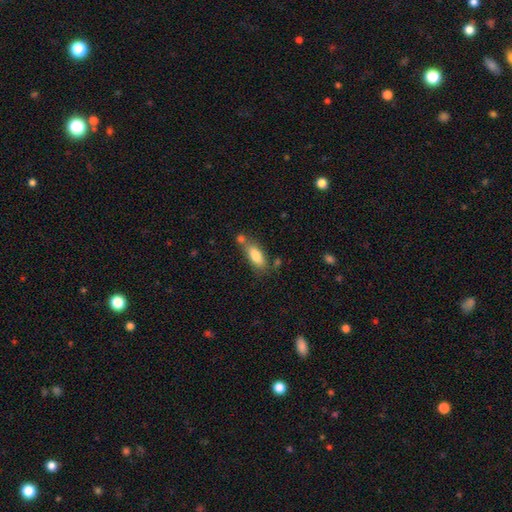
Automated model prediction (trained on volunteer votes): Overall: smooth (80%). How rounded: in between (73%). Merging: none (58%; merger 20%).